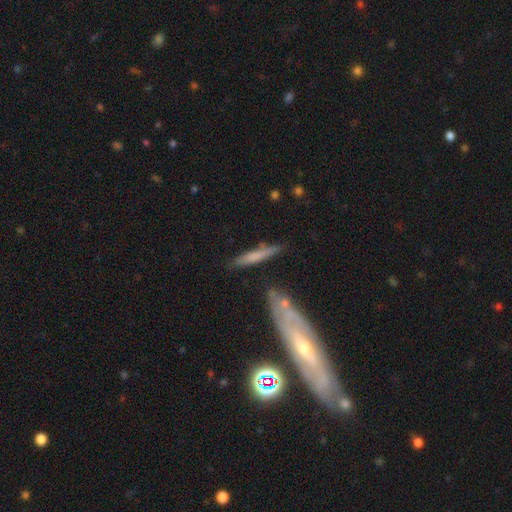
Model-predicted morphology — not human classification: A smooth galaxy with no disk features (61%) that is cigar-shaped (90%).

Vote fractions:
- Smooth or featured? smooth: 61% / featured or disk: 33% / star or artifact: 6%
- How rounded? cigar-shaped: 90% / in between: 9% / round: 2%
- Merging? none: 73% / minor disturbance: 15% / merger: 8% / major disturbance: 4%